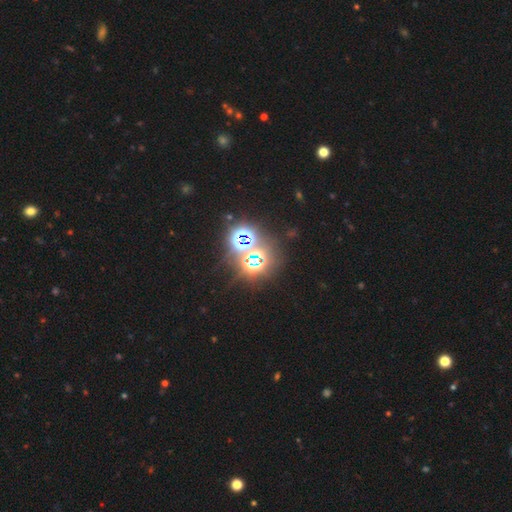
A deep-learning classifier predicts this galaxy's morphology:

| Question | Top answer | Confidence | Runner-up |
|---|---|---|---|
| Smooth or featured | star or artifact | 75% | smooth (17%) |